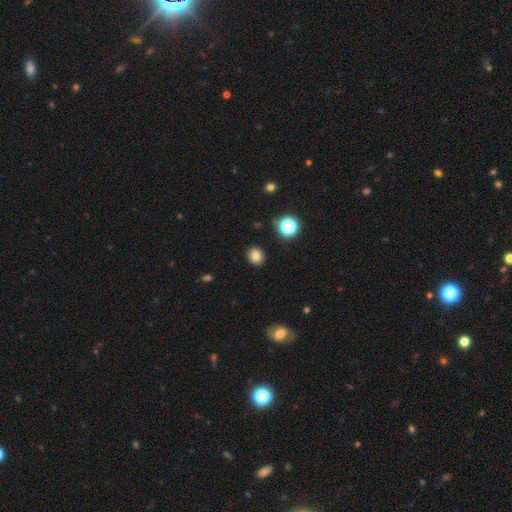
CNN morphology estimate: smooth-or-featured: smooth: 81% | star or artifact: 13% | featured or disk: 6%
  how-rounded: round: 69% | in between: 30% | cigar-shaped: 1%
  merging: none: 90% | minor disturbance: 6% | major disturbance: 2% | merger: 1%